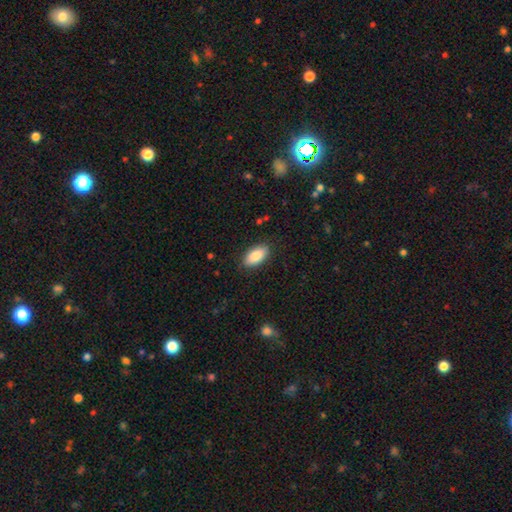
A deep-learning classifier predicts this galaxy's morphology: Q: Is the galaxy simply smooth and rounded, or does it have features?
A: smooth — 88%.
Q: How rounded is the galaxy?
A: in between — 94%.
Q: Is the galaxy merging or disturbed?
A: none — 86%.